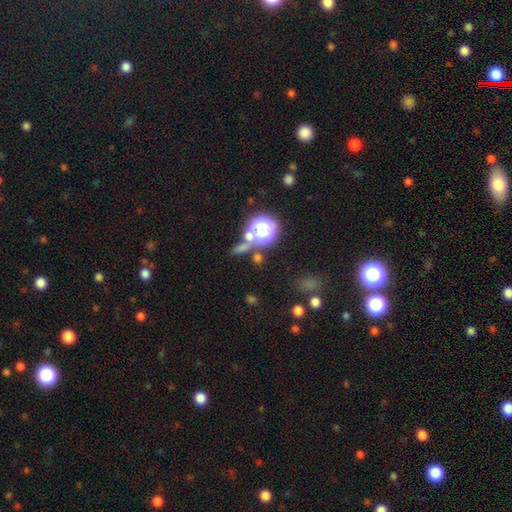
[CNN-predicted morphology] Q: Smooth or featured?
A: star or artifact (61%); runner-up: smooth (28%)